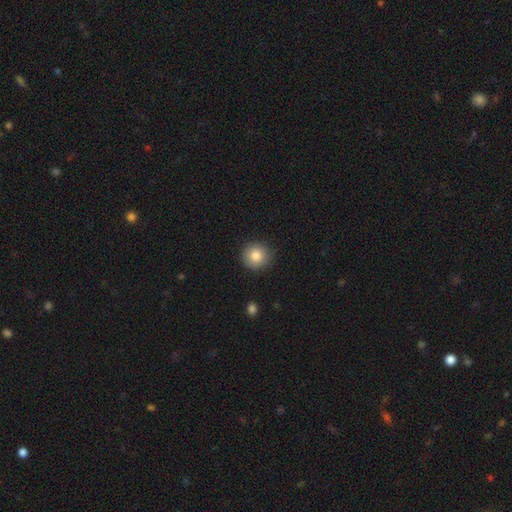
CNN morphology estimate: Smooth or featured?
  - smooth: 84% *
  - star or artifact: 9%
  - featured or disk: 7%
How rounded?
  - round: 93% *
  - in between: 6%
  - cigar-shaped: 1%
Merging?
  - none: 90% *
  - minor disturbance: 7%
  - major disturbance: 2%
  - merger: 1%